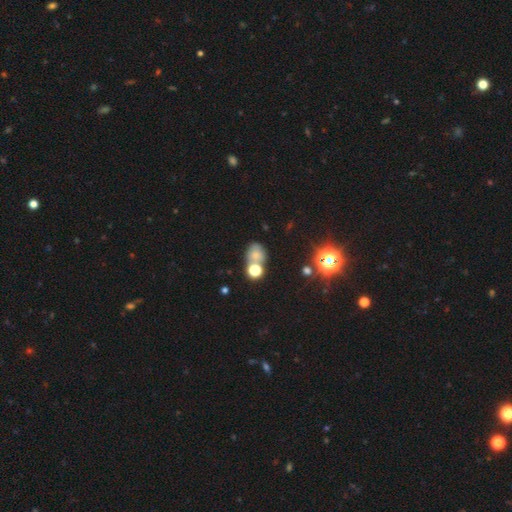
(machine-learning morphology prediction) smooth_or_featured: smooth (p=0.64) [alt: star or artifact p=0.22]
how_rounded: in between (p=0.51) [alt: round p=0.47]
merging: none (p=0.44) [alt: merger p=0.33]